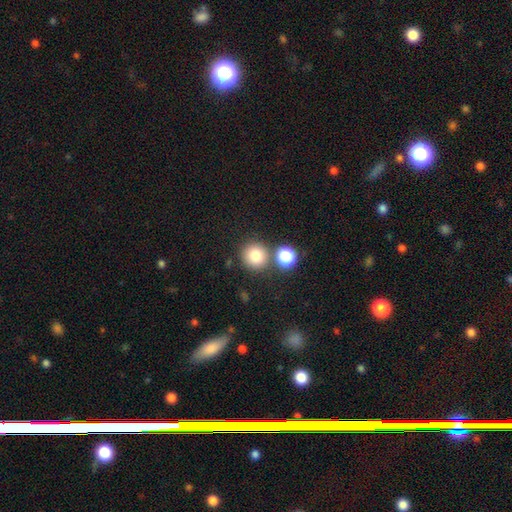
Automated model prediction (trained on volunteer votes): Smooth or featured? smooth (79%)
How rounded? round (92%)
Merging? none (76%)